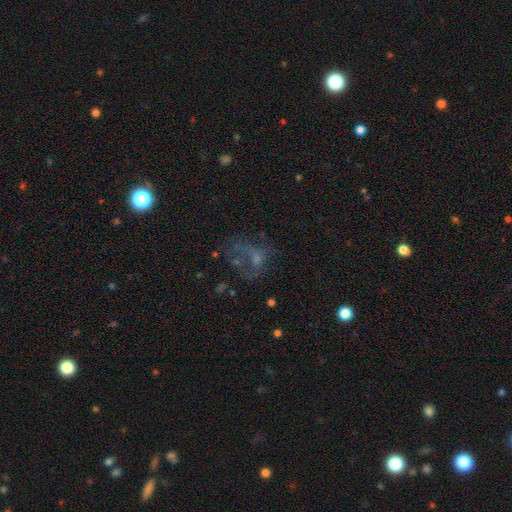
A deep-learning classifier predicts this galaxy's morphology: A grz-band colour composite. It shows a featured or disk galaxy (43%). Merging: major disturbance (40%).